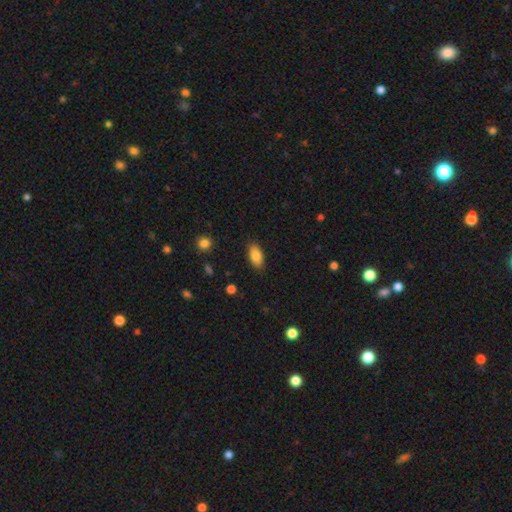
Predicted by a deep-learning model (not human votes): Smooth or featured: smooth — 84% (featured or disk — 9%)
How rounded: in between — 90% (cigar-shaped — 6%)
Merging: none — 86% (minor disturbance — 10%)